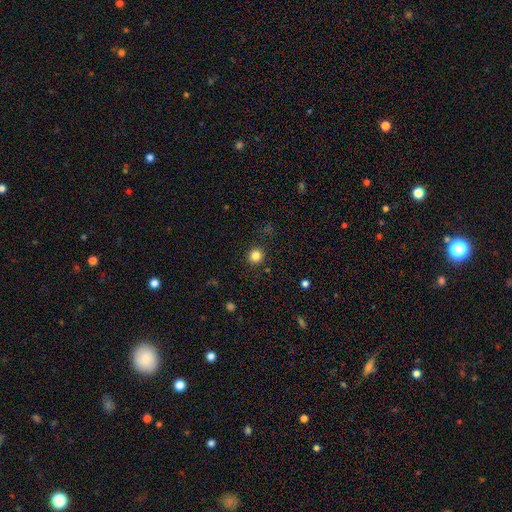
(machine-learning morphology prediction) Q: Smooth or featured?
A: smooth (83%); runner-up: star or artifact (12%)
Q: How rounded?
A: round (90%); runner-up: in between (9%)
Q: Merging?
A: none (90%); runner-up: minor disturbance (6%)